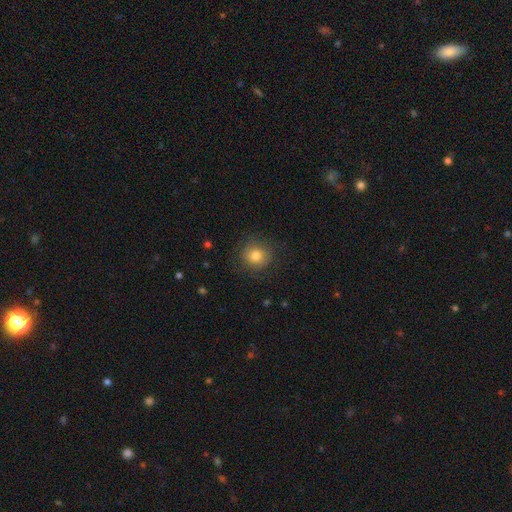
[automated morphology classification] smooth_or_featured: smooth (p=0.79) [alt: star or artifact p=0.11]
how_rounded: round (p=0.89) [alt: in between p=0.10]
merging: none (p=0.83) [alt: minor disturbance p=0.12]